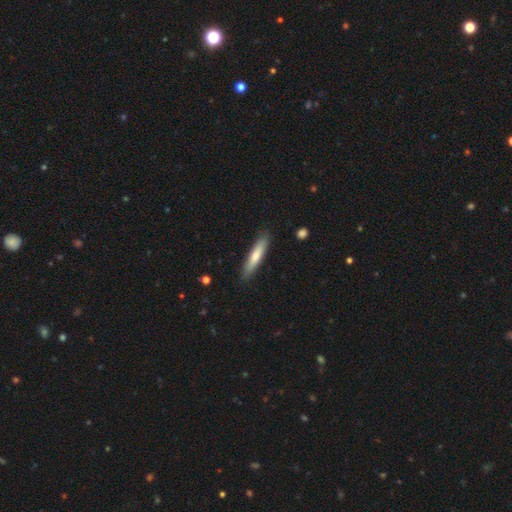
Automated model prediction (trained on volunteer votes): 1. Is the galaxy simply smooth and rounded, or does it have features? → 68% smooth, 26% featured or disk, 5% star or artifact.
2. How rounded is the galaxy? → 86% cigar-shaped, 12% in between, 1% round.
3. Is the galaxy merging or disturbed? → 87% none, 10% minor disturbance, 2% major disturbance, 1% merger.